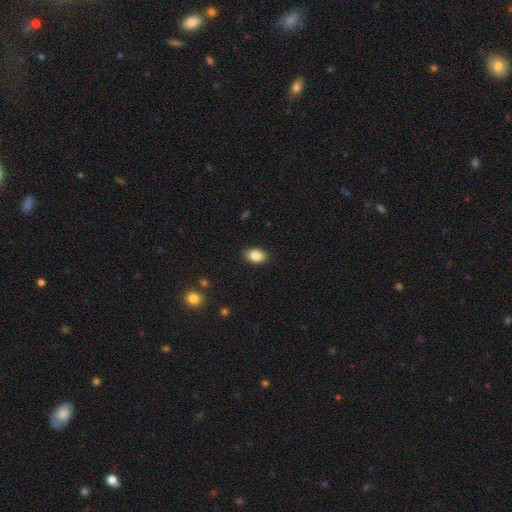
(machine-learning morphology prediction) smooth_or_featured: smooth (p=0.86) [alt: star or artifact p=0.08]
how_rounded: in between (p=0.80) [alt: round p=0.18]
merging: none (p=0.87) [alt: minor disturbance p=0.10]